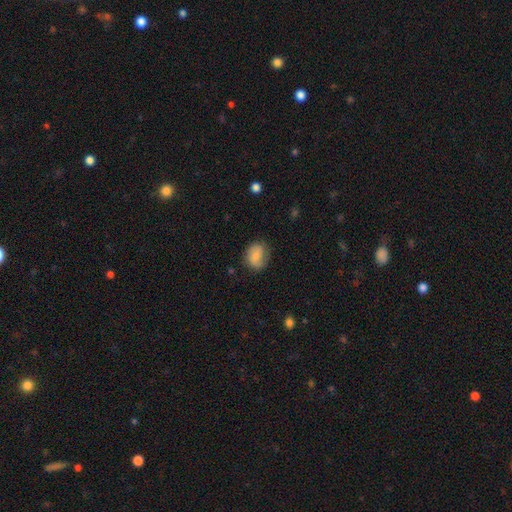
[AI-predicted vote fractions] Smooth or featured? smooth (70%)
How rounded? in between (51%)
Merging? none (67%)